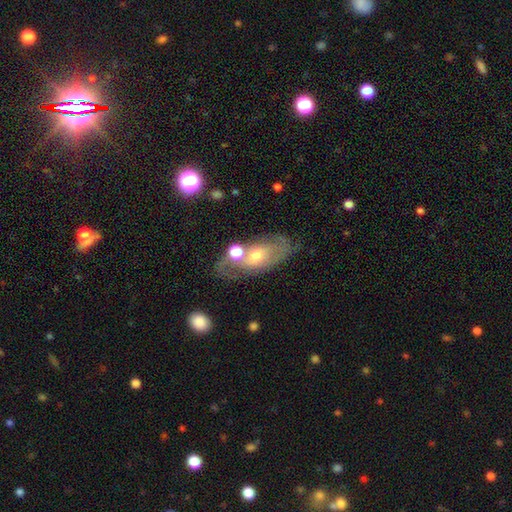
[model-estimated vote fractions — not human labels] Smooth or featured: featured or disk — 62% (smooth — 29%)
Edge-on disk: no — 89% (yes — 11%)
Bar: no — 75% (weak — 20%)
Spiral arms: yes — 66% (no — 34%)
Bulge size: moderate — 59% (small — 33%)
Merging: none — 52% (minor disturbance — 20%)